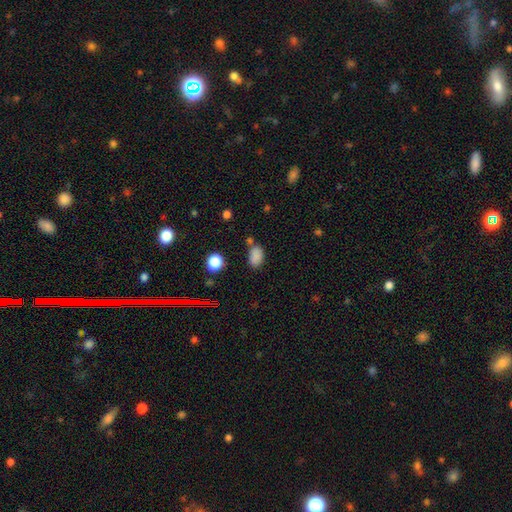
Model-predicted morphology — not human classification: This is clearly a smooth galaxy (82%). How rounded: clearly in between (86%). Merging: likely none (64%).